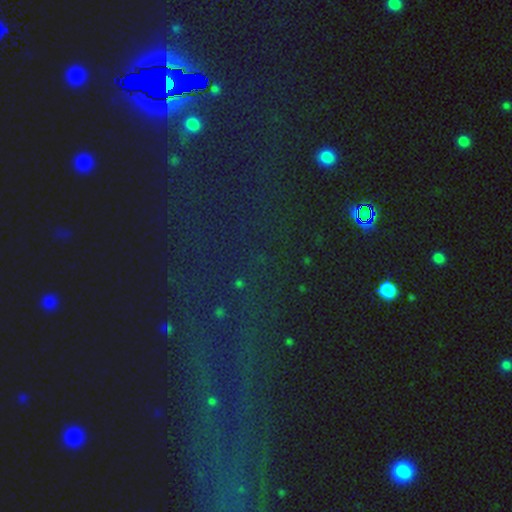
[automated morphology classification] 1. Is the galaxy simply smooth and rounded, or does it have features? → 77% star or artifact, 13% smooth, 10% featured or disk.